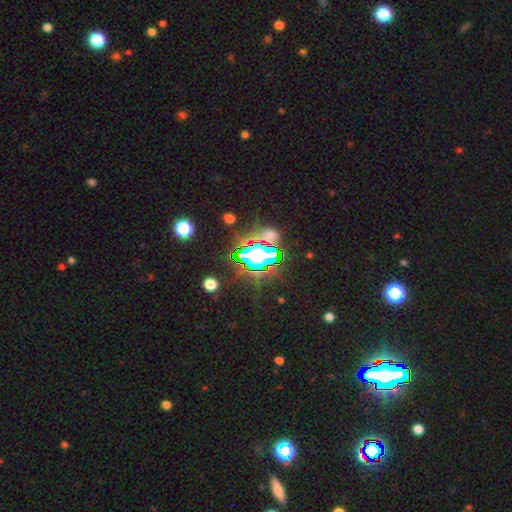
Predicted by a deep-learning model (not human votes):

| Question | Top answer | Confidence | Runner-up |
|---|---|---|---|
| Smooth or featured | star or artifact | 74% | smooth (15%) |